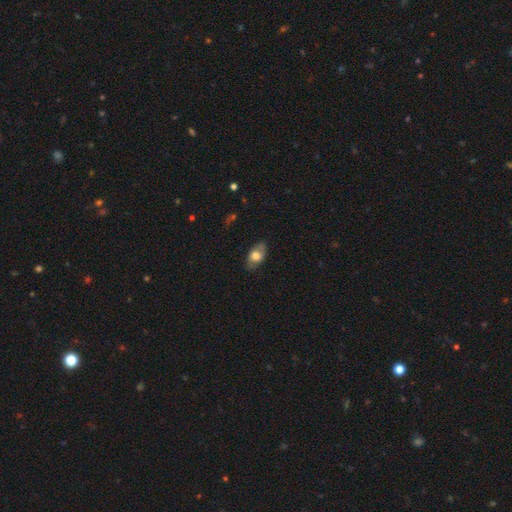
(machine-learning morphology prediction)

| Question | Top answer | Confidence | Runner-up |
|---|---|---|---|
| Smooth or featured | smooth | 63% | featured or disk (30%) |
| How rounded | in between | 88% | round (10%) |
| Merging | none | 77% | minor disturbance (17%) |